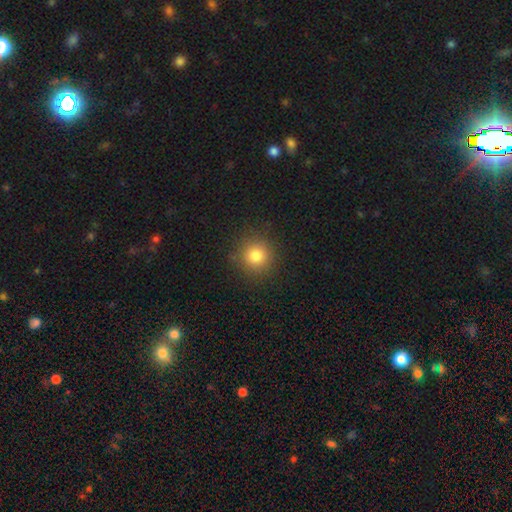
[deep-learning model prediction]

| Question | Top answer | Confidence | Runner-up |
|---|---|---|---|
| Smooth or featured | smooth | 81% | star or artifact (12%) |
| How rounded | round | 94% | in between (5%) |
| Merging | none | 89% | minor disturbance (7%) |